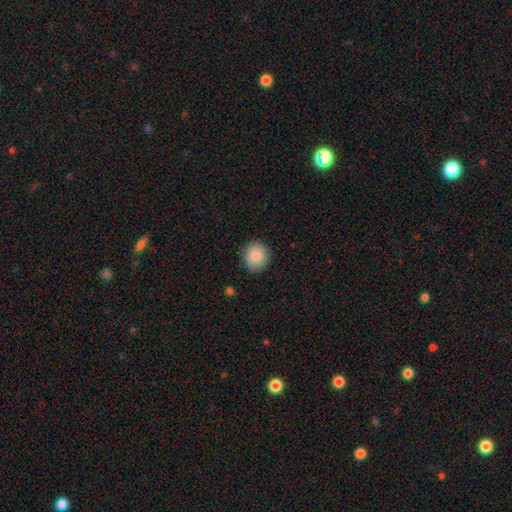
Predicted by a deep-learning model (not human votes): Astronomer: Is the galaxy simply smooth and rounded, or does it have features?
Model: smooth — 85%.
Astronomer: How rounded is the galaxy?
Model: round — 80%.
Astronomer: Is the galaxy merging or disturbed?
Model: none — 88%.